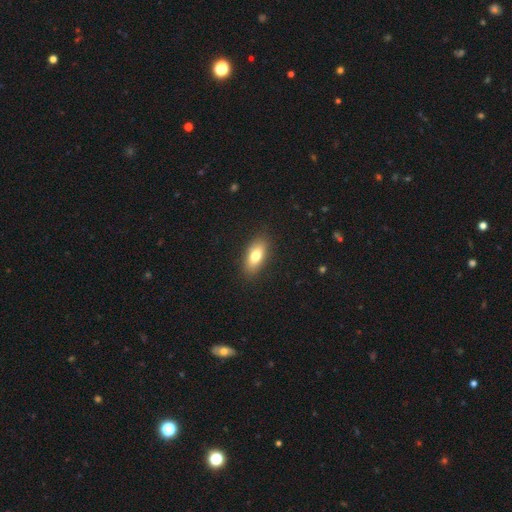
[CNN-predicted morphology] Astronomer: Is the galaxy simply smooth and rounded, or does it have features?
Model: smooth — 75%.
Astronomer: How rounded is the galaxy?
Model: in between — 84%.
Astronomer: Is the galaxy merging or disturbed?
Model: none — 88%.